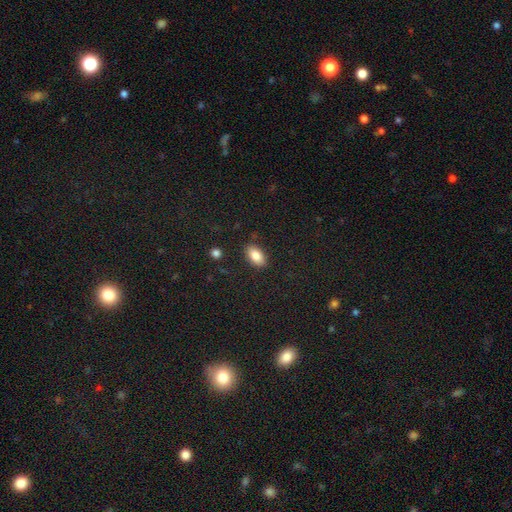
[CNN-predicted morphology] Q: Smooth or featured?
A: smooth (85%); runner-up: star or artifact (8%)
Q: How rounded?
A: in between (92%); runner-up: round (6%)
Q: Merging?
A: none (87%); runner-up: minor disturbance (9%)